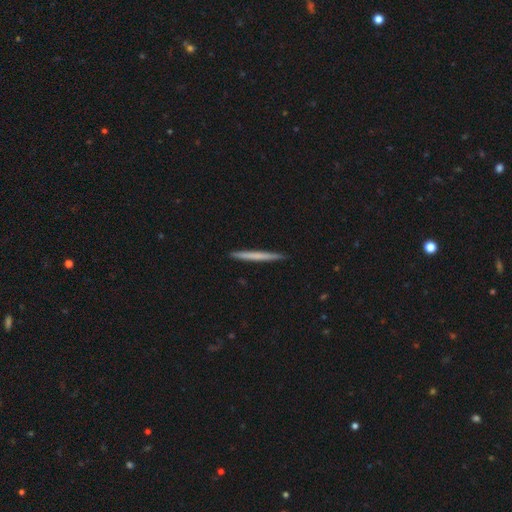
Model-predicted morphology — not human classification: This is likely a smooth galaxy (60%). How rounded: clearly cigar-shaped (97%). Merging: clearly none (92%).